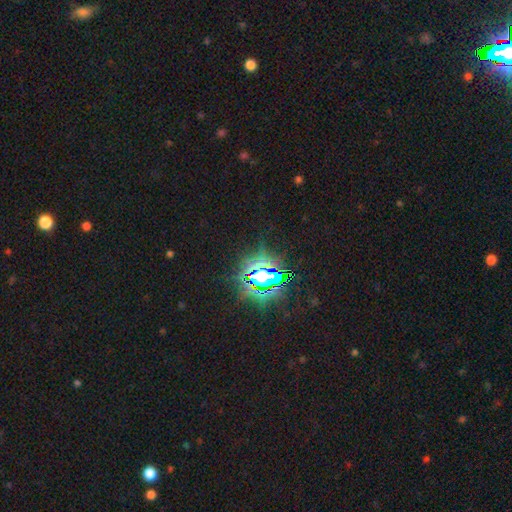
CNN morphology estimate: type=star or artifact (84%).